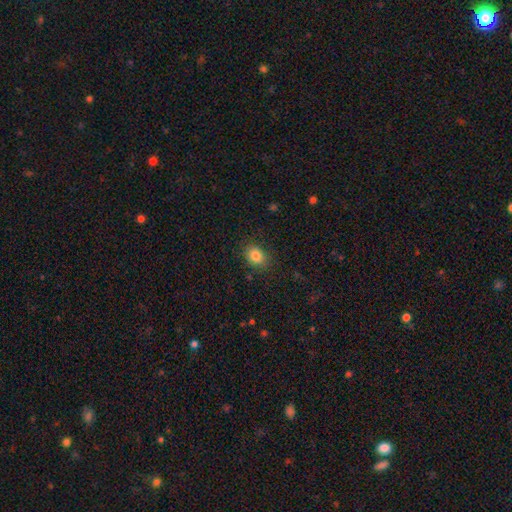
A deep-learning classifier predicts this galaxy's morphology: smooth-or-featured: smooth: 84% | star or artifact: 10% | featured or disk: 6%
  how-rounded: in between: 57% | round: 42% | cigar-shaped: 1%
  merging: none: 85% | minor disturbance: 10% | major disturbance: 3% | merger: 1%